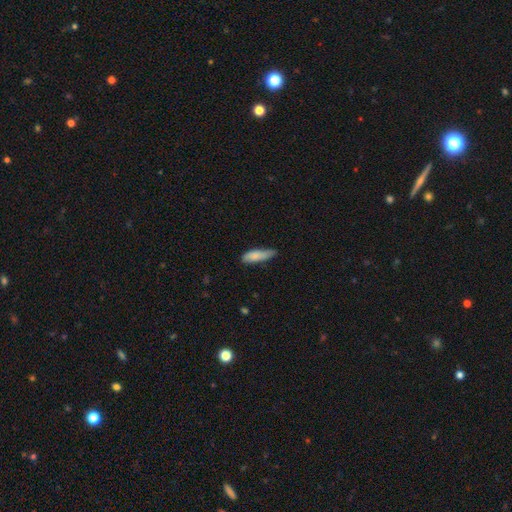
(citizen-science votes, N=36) A smooth galaxy with no disk features (83%) that is in between round and cigar-shaped (57%).

Vote fractions:
- Smooth or featured? smooth: 83% / featured or disk: 17% / star or artifact: 0%
- How rounded? in between: 57% / cigar-shaped: 40% / round: 3%
- Merging? minor disturbance: 50% / none: 39% / major disturbance: 8% / merger: 3%